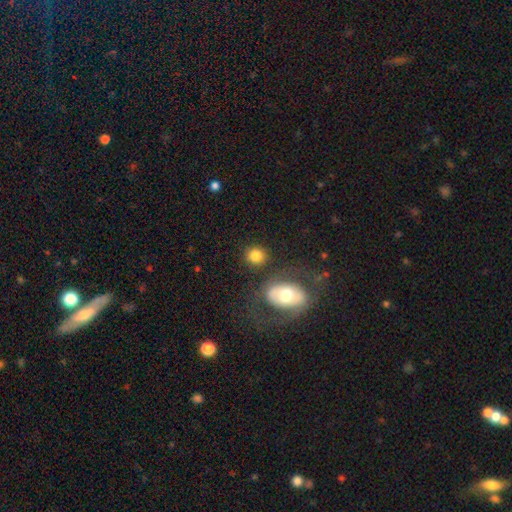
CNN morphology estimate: This is clearly a smooth galaxy (80%). How rounded: likely round (76%). Merging: likely none (78%).